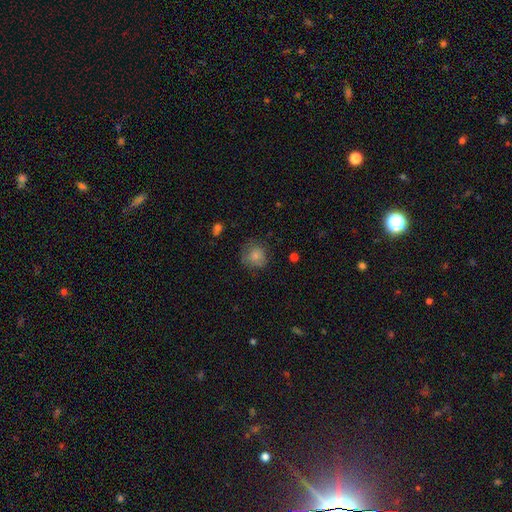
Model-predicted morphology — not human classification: smooth-or-featured: smooth: 77% | featured or disk: 14% | star or artifact: 9%
  how-rounded: round: 84% | in between: 15% | cigar-shaped: 1%
  merging: none: 64% | minor disturbance: 24% | major disturbance: 11% | merger: 2%